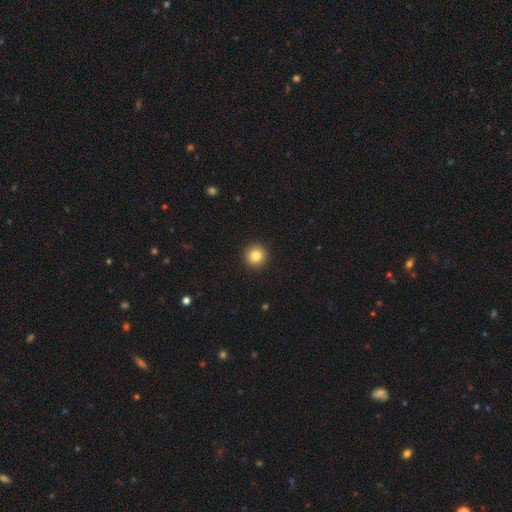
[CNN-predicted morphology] This is clearly a smooth galaxy (83%). How rounded: clearly round (95%). Merging: clearly none (93%).